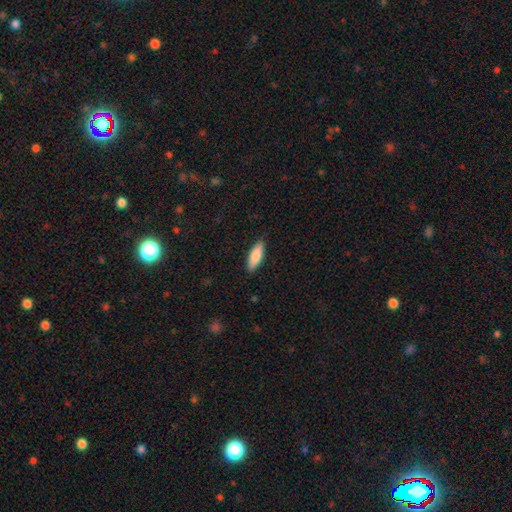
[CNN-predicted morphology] Q: Smooth or featured?
A: smooth (83%); runner-up: featured or disk (12%)
Q: How rounded?
A: in between (62%); runner-up: cigar-shaped (36%)
Q: Merging?
A: none (88%); runner-up: minor disturbance (9%)